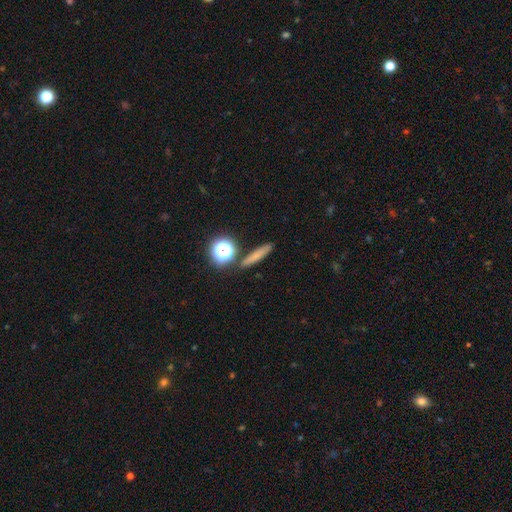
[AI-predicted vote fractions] This is likely a smooth galaxy (67%). How rounded: likely cigar-shaped (72%). Merging: clearly none (85%).